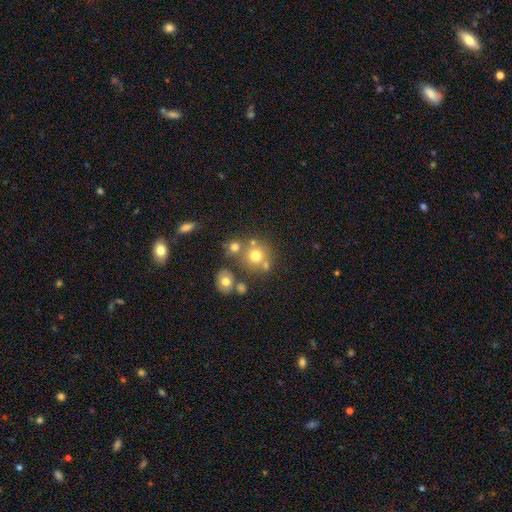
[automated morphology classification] smooth 69%, star or artifact 16%, featured or disk 16%. Down the decision tree: how rounded — round (87%); merging — none (60%).